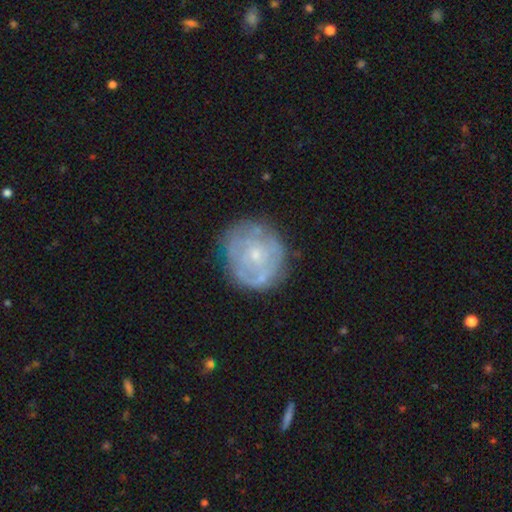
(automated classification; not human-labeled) featured or disk 59%, smooth 33%, star or artifact 8%. Down the decision tree: edge-on disk — no (97%); bar — no (85%); spiral arms — no (52%); bulge size — small (74%); merging — none (72%).